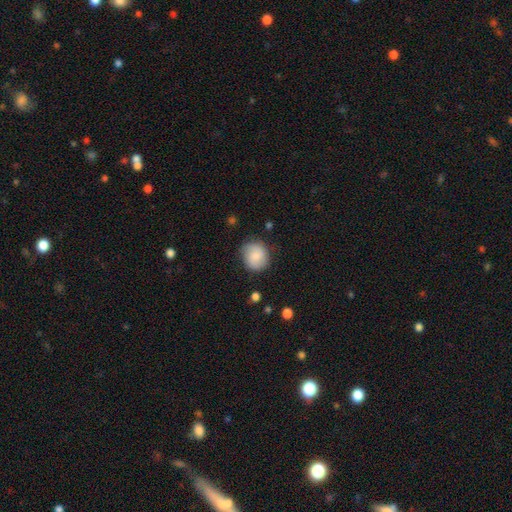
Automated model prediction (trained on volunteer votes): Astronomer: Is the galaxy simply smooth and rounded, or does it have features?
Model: smooth — 77%.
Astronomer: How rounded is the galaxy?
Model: round — 80%.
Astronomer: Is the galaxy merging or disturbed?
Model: none — 78%.